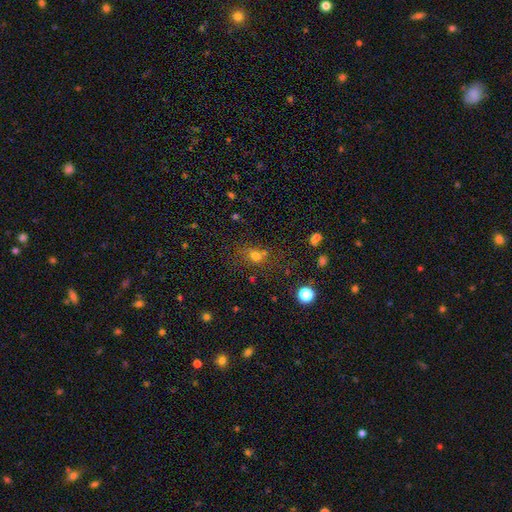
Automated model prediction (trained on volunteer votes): Morphology: type=smooth (68%); roundness=round (64%); merging=none (59%).